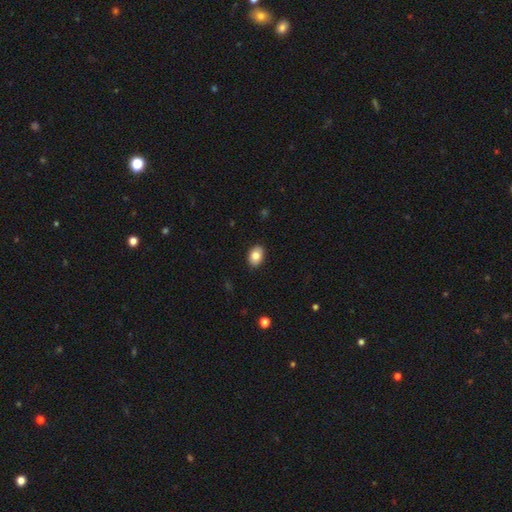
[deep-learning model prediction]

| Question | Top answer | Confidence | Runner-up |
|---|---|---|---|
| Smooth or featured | smooth | 83% | featured or disk (10%) |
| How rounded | in between | 81% | round (18%) |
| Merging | none | 89% | minor disturbance (8%) |